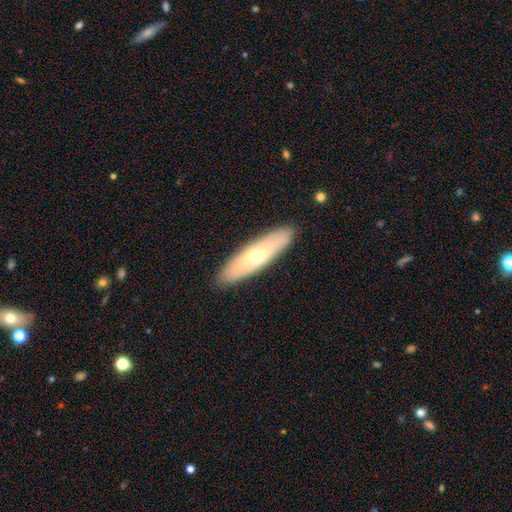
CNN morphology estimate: Overall: featured or disk (49%; smooth 46%). Merging: none (89%).